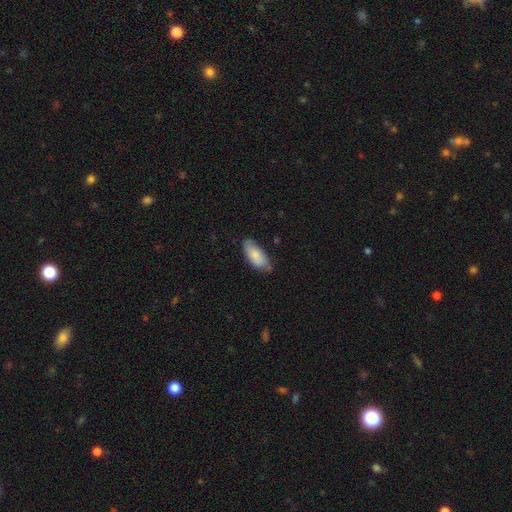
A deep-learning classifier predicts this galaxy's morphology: type=smooth (80%); roundness=in between (86%); merging=none (69%).